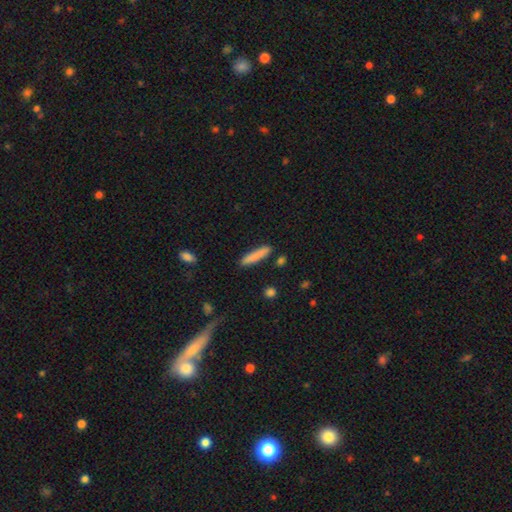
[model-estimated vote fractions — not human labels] Morphology: type=smooth (83%); roundness=cigar-shaped (89%); merging=none (86%).